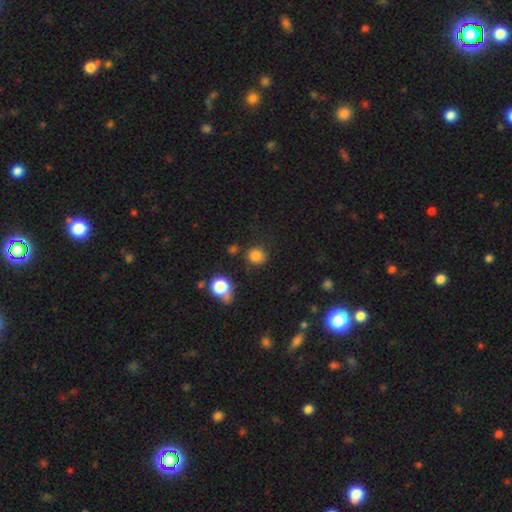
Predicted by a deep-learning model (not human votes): Smooth or featured?
  - smooth: 81% *
  - star or artifact: 13%
  - featured or disk: 6%
How rounded?
  - round: 86% *
  - in between: 13%
  - cigar-shaped: 1%
Merging?
  - none: 78% *
  - minor disturbance: 13%
  - merger: 5%
  - major disturbance: 5%